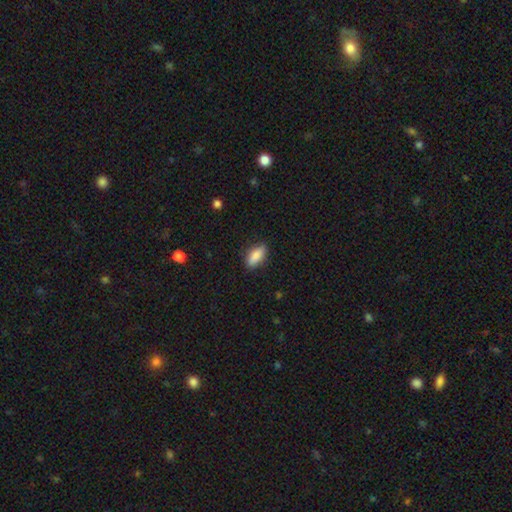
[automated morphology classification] A smooth galaxy with no disk features (86%) that is in between round and cigar-shaped (83%). Merging: none (82%).